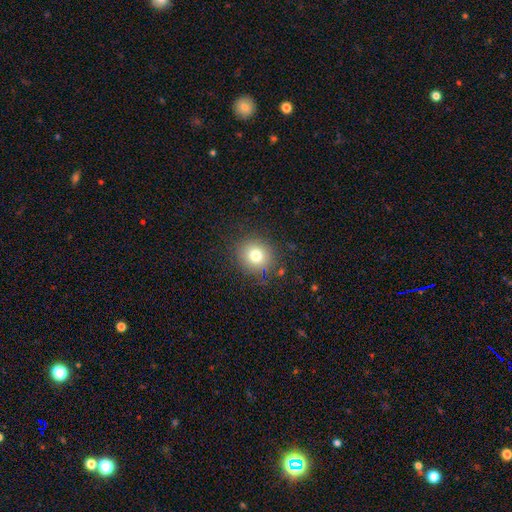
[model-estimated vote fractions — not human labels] A smooth galaxy with no disk features (77%) that is round (84%). Merging: none (86%).